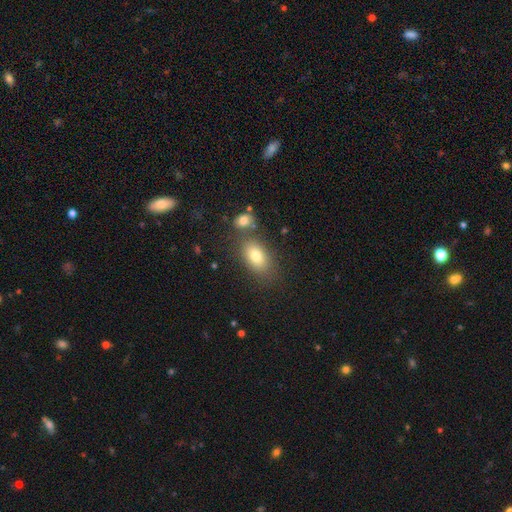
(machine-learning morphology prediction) The model was most divided on "merging": none: 68%, merger: 15%, minor disturbance: 13%, major disturbance: 4%. More confident: how rounded — in between (88%); smooth or featured — smooth (78%).